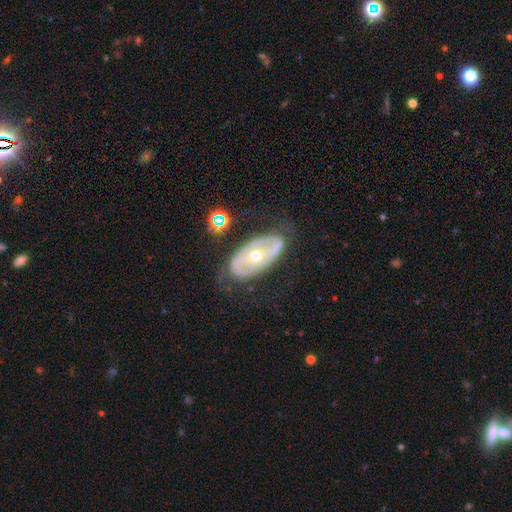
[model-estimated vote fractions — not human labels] Q: Smooth or featured?
A: featured or disk (74%); runner-up: smooth (19%)
Q: Edge-on disk?
A: no (90%); runner-up: yes (10%)
Q: Bar?
A: no (67%); runner-up: weak (18%)
Q: Spiral arms?
A: no (52%); runner-up: yes (48%)
Q: Bulge size?
A: moderate (52%); runner-up: small (45%)
Q: Merging?
A: none (67%); runner-up: minor disturbance (19%)